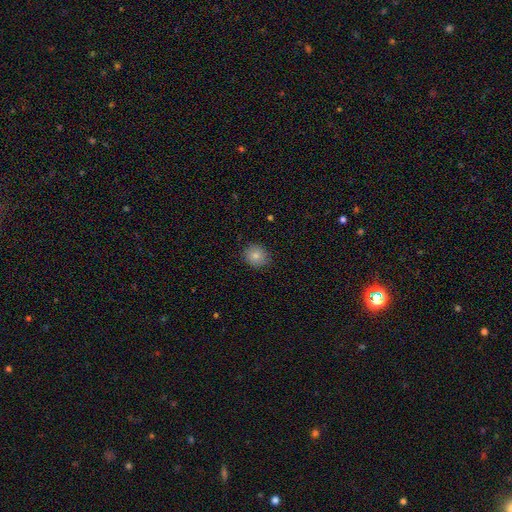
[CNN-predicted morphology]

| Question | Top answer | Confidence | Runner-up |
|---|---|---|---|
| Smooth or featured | smooth | 81% | star or artifact (10%) |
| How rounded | round | 73% | in between (26%) |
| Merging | none | 85% | minor disturbance (11%) |